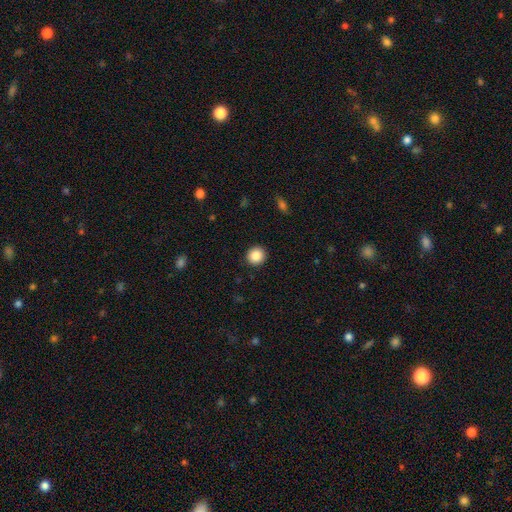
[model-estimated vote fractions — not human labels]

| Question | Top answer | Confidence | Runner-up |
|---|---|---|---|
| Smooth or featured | smooth | 87% | star or artifact (9%) |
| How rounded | round | 93% | in between (6%) |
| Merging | none | 93% | minor disturbance (5%) |